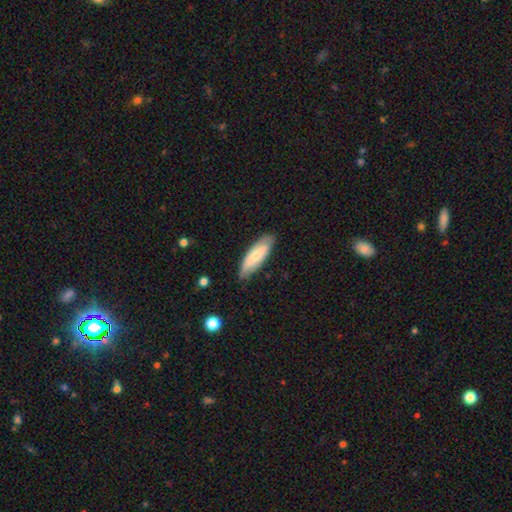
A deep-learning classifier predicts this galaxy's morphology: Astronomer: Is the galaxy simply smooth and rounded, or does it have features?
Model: smooth — 62%.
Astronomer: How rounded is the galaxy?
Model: in between — 51% (runner-up: cigar-shaped, 48%).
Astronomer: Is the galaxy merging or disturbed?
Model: none — 79%.